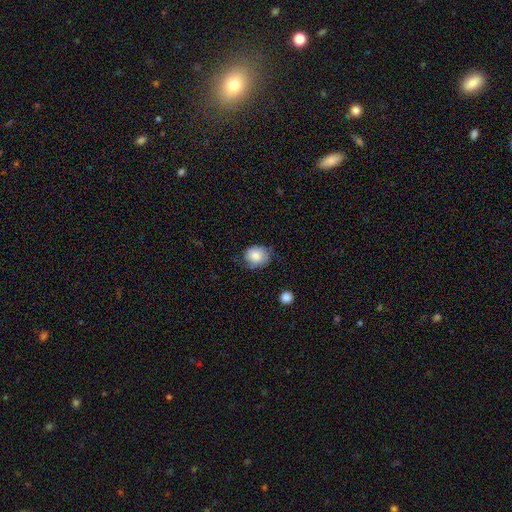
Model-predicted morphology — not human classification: Smooth or featured? smooth (78%)
How rounded? round (63%)
Merging? none (62%)